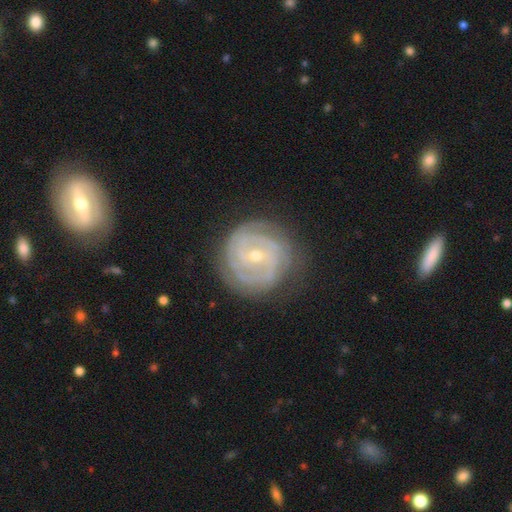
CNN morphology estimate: smooth_or_featured: featured or disk (p=0.86) [alt: smooth p=0.08]
disk_edge_on: no (p=0.98) [alt: yes p=0.02]
bar: no (p=0.43) [tied with: weak p=0.43]
has_spiral_arms: yes (p=0.96) [alt: no p=0.04]
spiral_winding: tight (p=0.80) [alt: medium p=0.17]
spiral_arm_count: can't tell (p=0.29) [alt: 2 p=0.25]
bulge_size: small (p=0.63) [alt: moderate p=0.34]
merging: none (p=0.80) [alt: minor disturbance p=0.14]